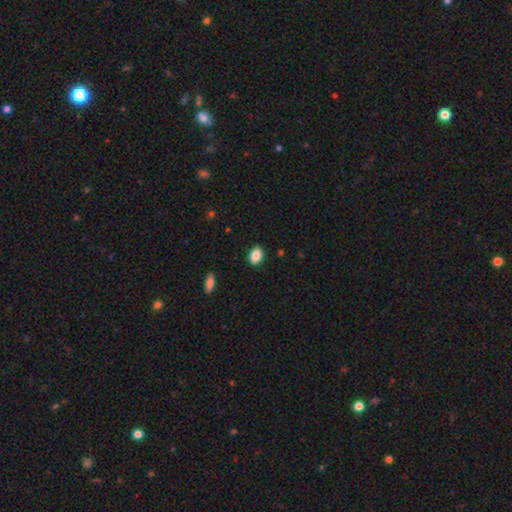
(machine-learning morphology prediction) This appears to be a smooth galaxy with no disk features (88%) that is in between round and cigar-shaped (82%). Merging: none (88%).